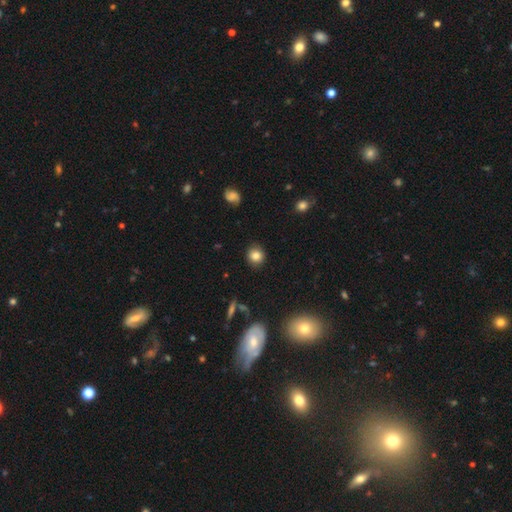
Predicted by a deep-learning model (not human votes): This appears to be a smooth galaxy with no disk features (83%) that is round (87%). Merging: none (88%).